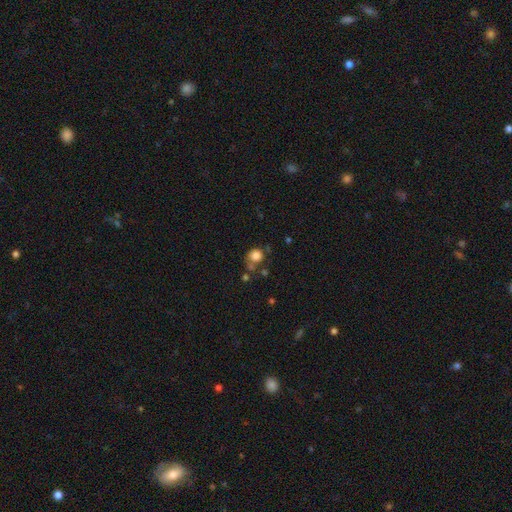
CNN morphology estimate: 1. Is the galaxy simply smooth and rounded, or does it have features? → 81% smooth, 11% star or artifact, 8% featured or disk.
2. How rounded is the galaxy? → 85% round, 14% in between, 1% cigar-shaped.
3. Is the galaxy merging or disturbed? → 57% none, 18% merger, 16% minor disturbance, 9% major disturbance.